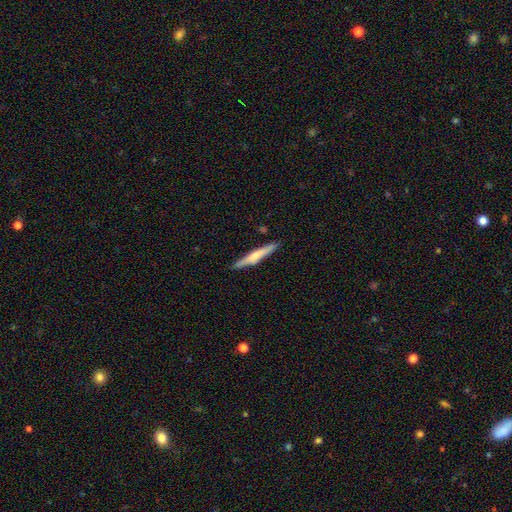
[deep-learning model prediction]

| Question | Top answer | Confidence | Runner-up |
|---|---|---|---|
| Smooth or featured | smooth | 49% | featured or disk (46%) |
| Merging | none | 88% | minor disturbance (9%) |